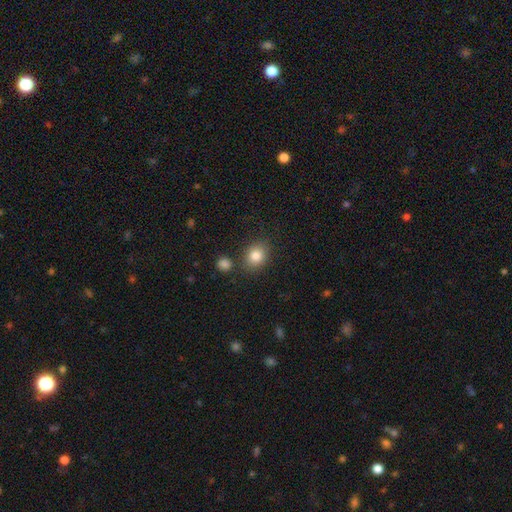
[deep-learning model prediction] Overall: smooth (83%). How rounded: round (54%; in between 45%). Merging: none (77%).